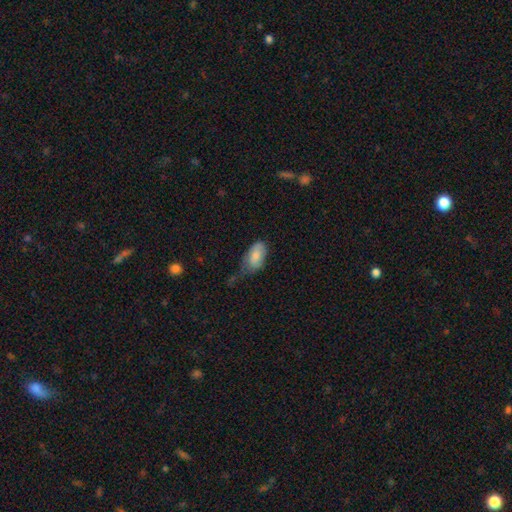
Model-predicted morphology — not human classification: A smooth galaxy with no disk features (82%) that is in between round and cigar-shaped (94%). Merging: minor disturbance (40%).